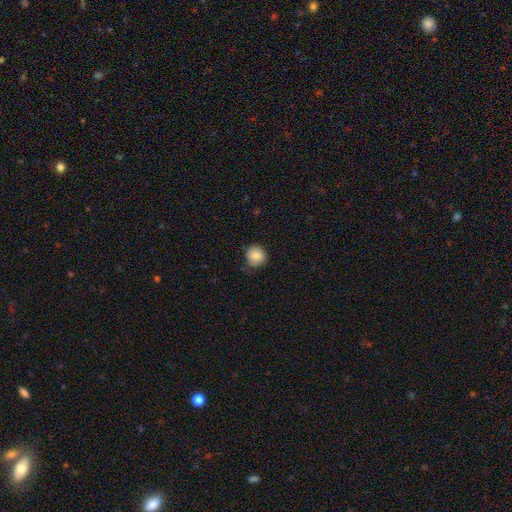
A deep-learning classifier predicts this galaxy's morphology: This appears to be a smooth galaxy with no disk features (83%) that is round (91%). Merging: none (79%).